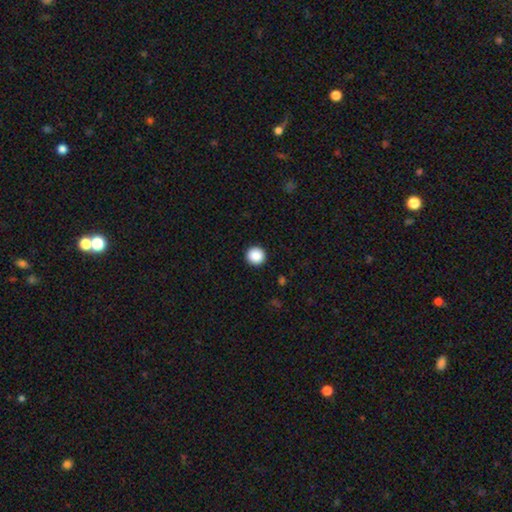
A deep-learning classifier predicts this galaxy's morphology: smooth 89%, star or artifact 9%, featured or disk 3%. Down the decision tree: how rounded — round (96%); merging — none (93%).